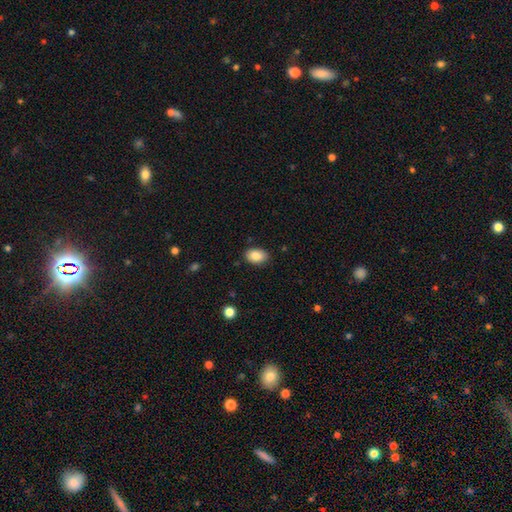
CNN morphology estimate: type=smooth (87%); roundness=in between (87%); merging=none (85%).